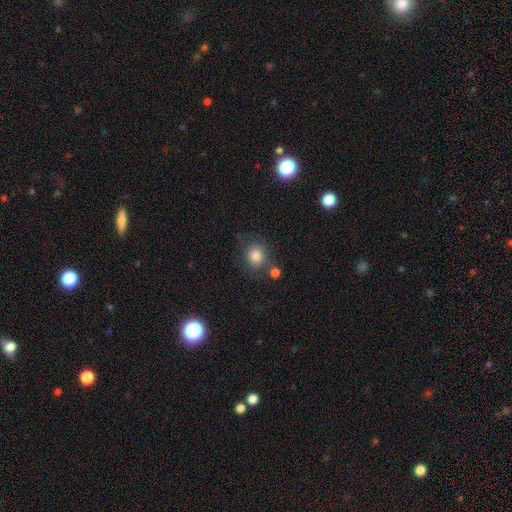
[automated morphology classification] type=smooth (81%); roundness=round (73%); merging=none (70%).